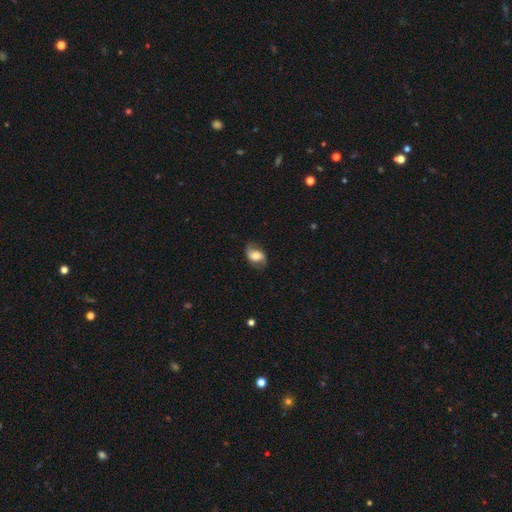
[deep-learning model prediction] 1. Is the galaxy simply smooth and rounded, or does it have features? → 57% smooth, 35% featured or disk, 8% star or artifact.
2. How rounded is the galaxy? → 80% in between, 18% round, 2% cigar-shaped.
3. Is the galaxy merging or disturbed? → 69% none, 22% minor disturbance, 8% major disturbance, 1% merger.